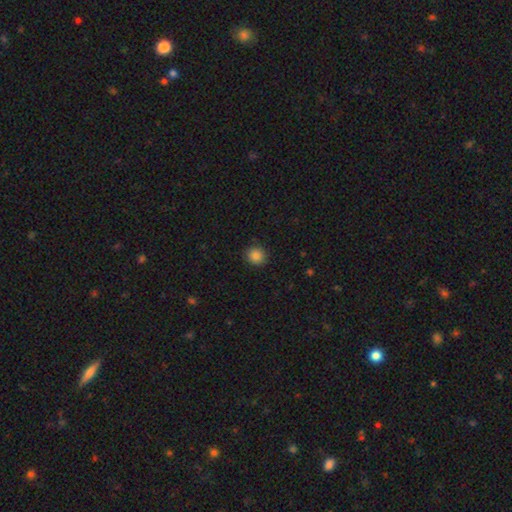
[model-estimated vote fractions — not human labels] A smooth galaxy with no disk features (86%) that is round (90%). Merging: none (89%).